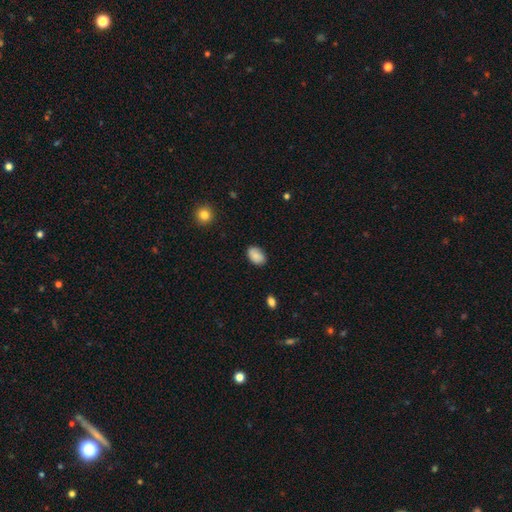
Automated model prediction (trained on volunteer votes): Morphology: type=smooth (86%); roundness=in between (88%); merging=none (83%).